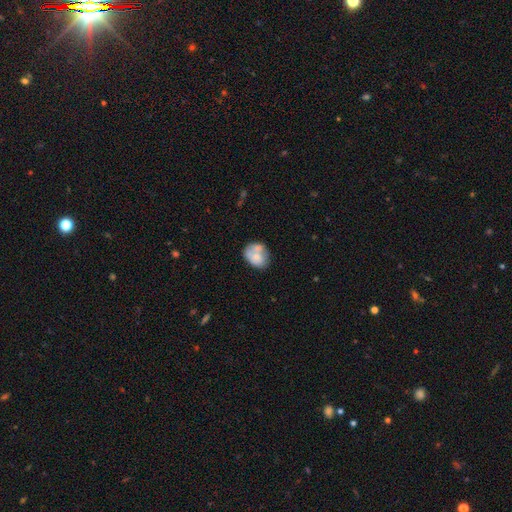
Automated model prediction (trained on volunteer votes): A smooth galaxy with no disk features (63%) that is in between round and cigar-shaped (56%). Merging: none (39%).